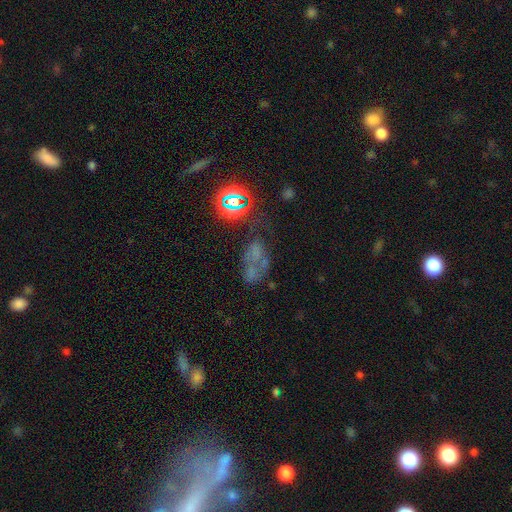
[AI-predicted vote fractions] This appears to be a star or artifact, not a galaxy (36%).